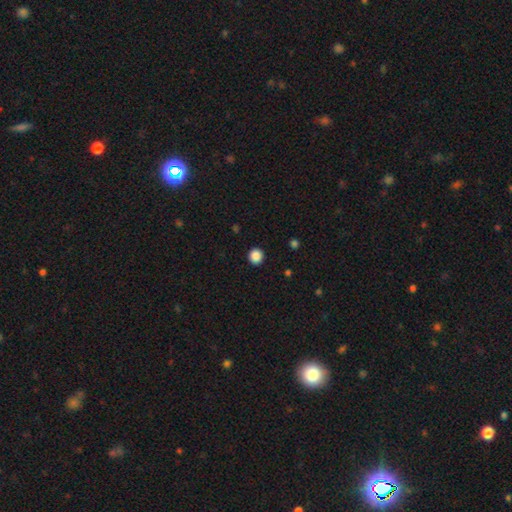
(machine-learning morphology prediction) Smooth or featured?
  - smooth: 88% *
  - star or artifact: 10%
  - featured or disk: 2%
How rounded?
  - round: 90% *
  - in between: 9%
  - cigar-shaped: 1%
Merging?
  - none: 92% *
  - minor disturbance: 5%
  - major disturbance: 2%
  - merger: 1%